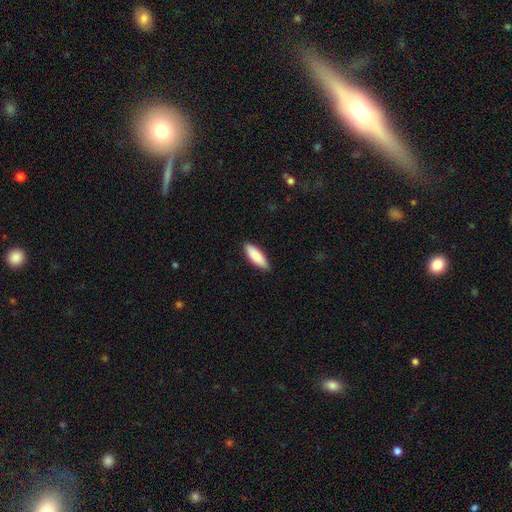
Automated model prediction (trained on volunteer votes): A smooth galaxy with no disk features (87%) that is in between round and cigar-shaped (61%).

Vote fractions:
- Smooth or featured? smooth: 87% / featured or disk: 7% / star or artifact: 5%
- How rounded? in between: 61% / cigar-shaped: 37% / round: 2%
- Merging? none: 84% / minor disturbance: 13% / major disturbance: 2% / merger: 1%